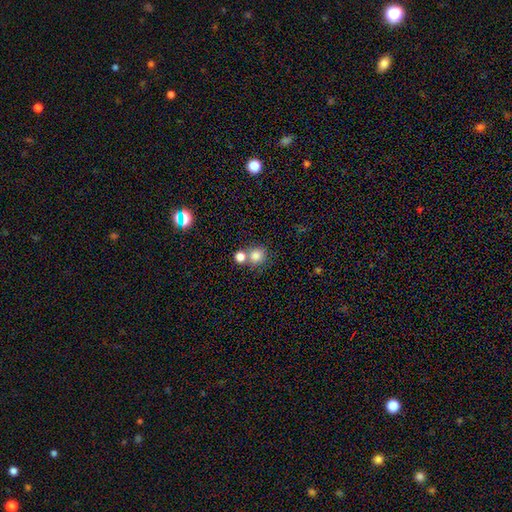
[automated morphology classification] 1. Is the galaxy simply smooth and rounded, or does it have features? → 81% smooth, 12% star or artifact, 8% featured or disk.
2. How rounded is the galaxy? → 88% round, 11% in between, 1% cigar-shaped.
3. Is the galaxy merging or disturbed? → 54% none, 35% merger, 8% minor disturbance, 3% major disturbance.